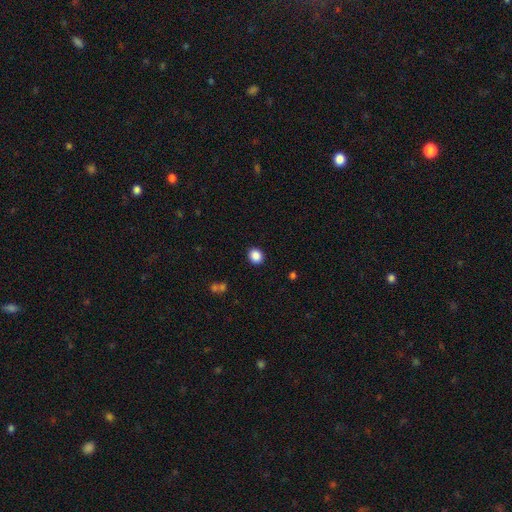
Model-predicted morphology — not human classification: Smooth or featured? Predicted: smooth (p=0.87). How rounded? Predicted: round (p=0.71). Merging? Predicted: none (p=0.90).